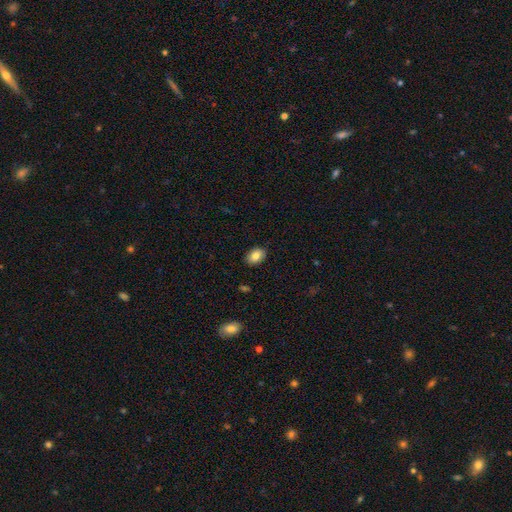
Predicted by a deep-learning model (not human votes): Smooth or featured? smooth (83%)
How rounded? in between (78%)
Merging? none (89%)